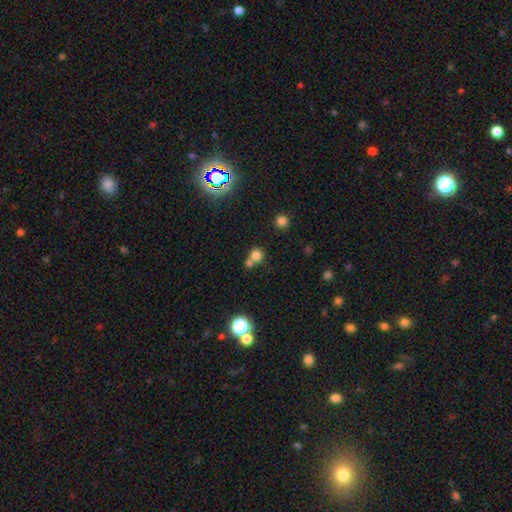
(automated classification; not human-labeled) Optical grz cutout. It shows a smooth galaxy with no disk features (74%) that is round (88%). Merging: none (48%).